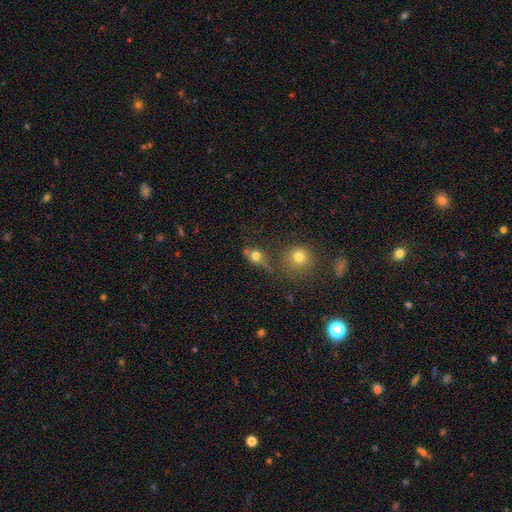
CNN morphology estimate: smooth_or_featured: smooth (p=0.71) [alt: star or artifact p=0.15]
how_rounded: round (p=0.63) [alt: in between p=0.34]
merging: none (p=0.53) [alt: merger p=0.18]